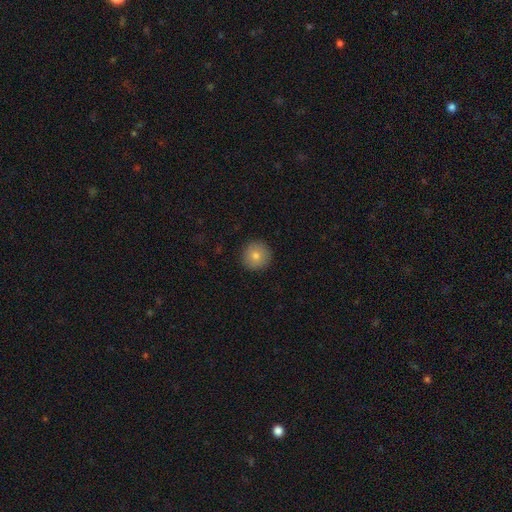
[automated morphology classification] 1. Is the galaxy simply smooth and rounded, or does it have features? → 78% smooth, 11% featured or disk, 11% star or artifact.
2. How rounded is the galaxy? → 96% round, 3% in between, 1% cigar-shaped.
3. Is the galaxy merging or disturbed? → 92% none, 5% minor disturbance, 2% major disturbance, 1% merger.